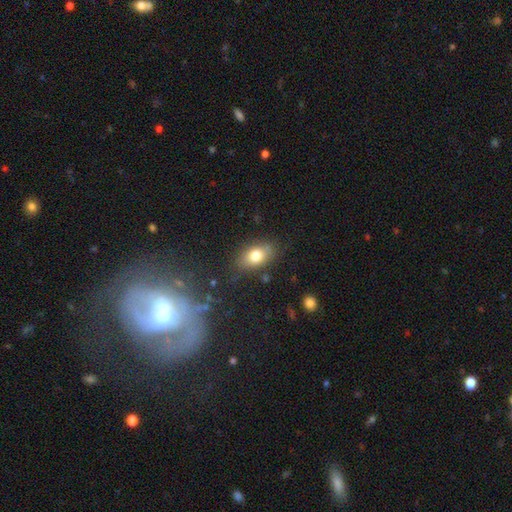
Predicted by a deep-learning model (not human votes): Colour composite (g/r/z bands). It shows a smooth galaxy with no disk features (77%) that is in between round and cigar-shaped (85%). Merging: none (78%).